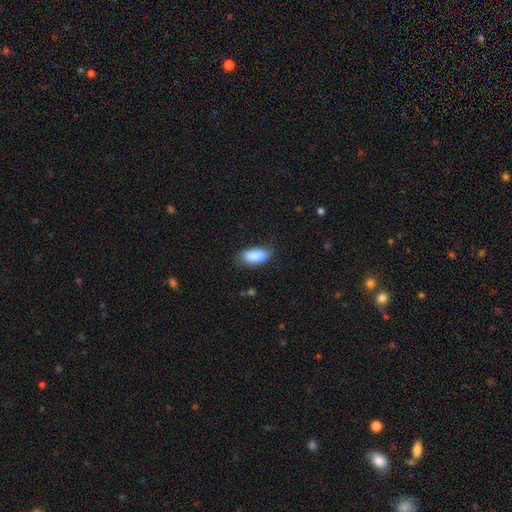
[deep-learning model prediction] Smooth or featured: smooth — 87% (star or artifact — 7%)
How rounded: in between — 85% (cigar-shaped — 12%)
Merging: none — 69% (minor disturbance — 24%)